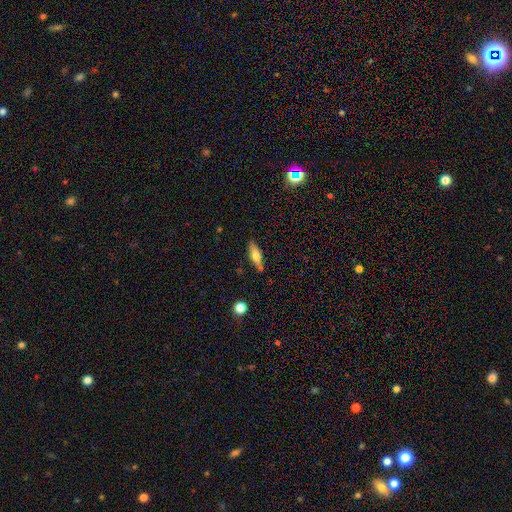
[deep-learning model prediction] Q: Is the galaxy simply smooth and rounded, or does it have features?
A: smooth — 62%.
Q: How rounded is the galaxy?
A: cigar-shaped — 50%.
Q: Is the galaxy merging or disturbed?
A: none — 78%.